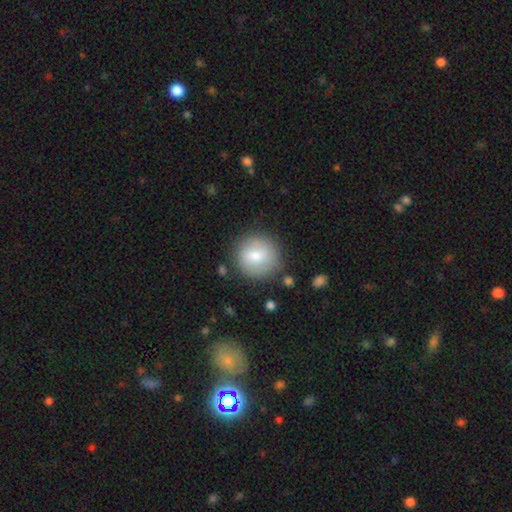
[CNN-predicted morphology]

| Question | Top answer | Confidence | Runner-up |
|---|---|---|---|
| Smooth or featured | smooth | 76% | featured or disk (17%) |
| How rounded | round | 93% | in between (6%) |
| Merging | none | 80% | minor disturbance (12%) |